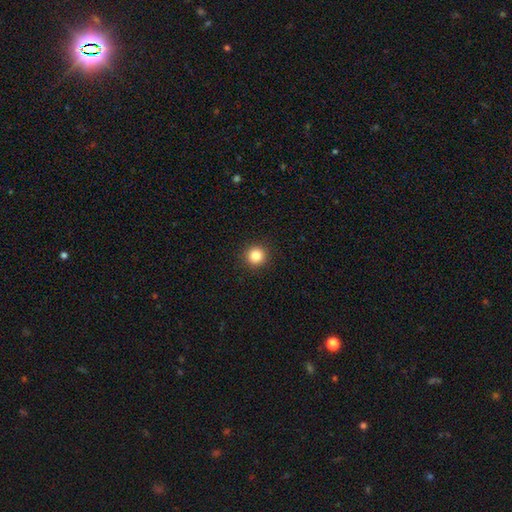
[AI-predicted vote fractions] Smooth or featured? smooth (84%)
How rounded? round (95%)
Merging? none (93%)